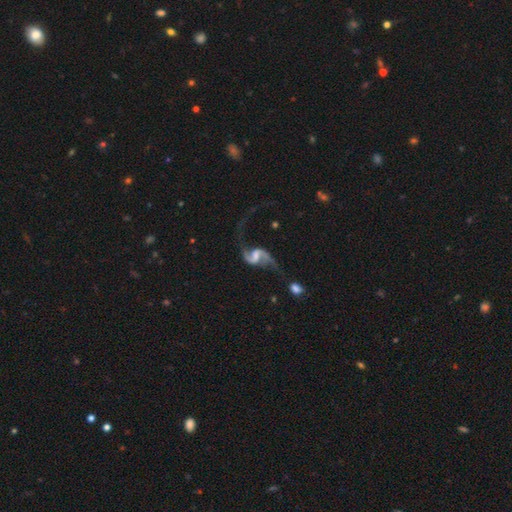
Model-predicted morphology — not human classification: Smooth or featured? Predicted: featured or disk (p=0.90). Edge-on disk? Predicted: no (p=0.98). Bar? Predicted: weak (p=0.52). Spiral arms? Predicted: yes (p=0.96). Spiral winding? Predicted: loose (p=0.80). Spiral arm count? Predicted: 2 (p=0.92). Bulge size? Predicted: none (p=0.34). Merging? Predicted: none (p=0.48).